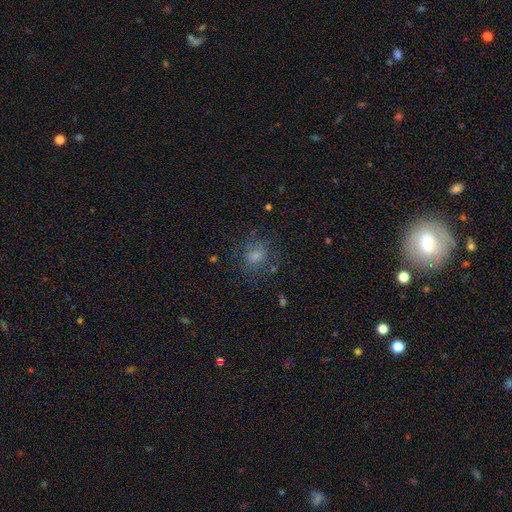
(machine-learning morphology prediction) Overall: smooth (64%). How rounded: round (66%; in between 32%). Merging: none (61%).